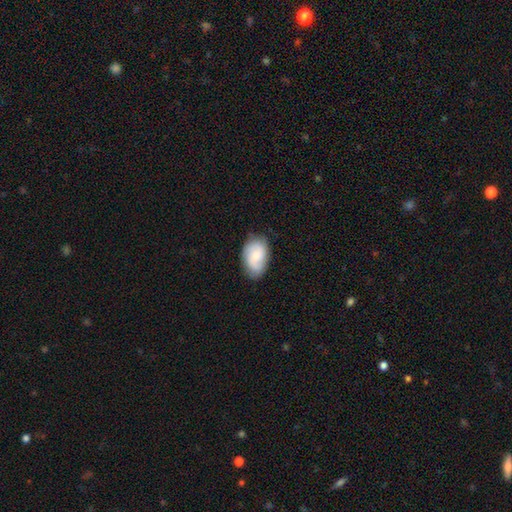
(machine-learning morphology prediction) smooth_or_featured: smooth (p=0.53) [alt: featured or disk p=0.40]
how_rounded: in between (p=0.87) [alt: round p=0.12]
merging: none (p=0.76) [alt: minor disturbance p=0.19]